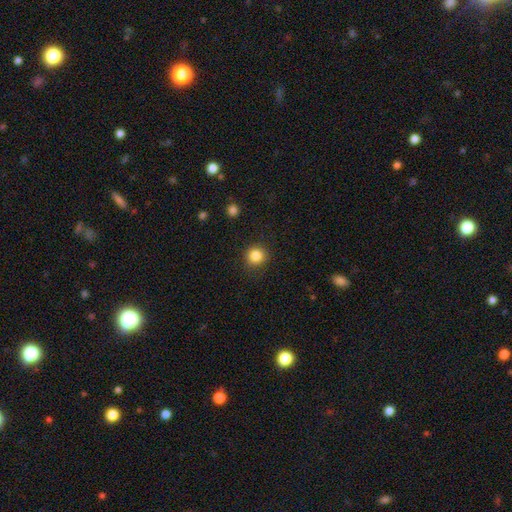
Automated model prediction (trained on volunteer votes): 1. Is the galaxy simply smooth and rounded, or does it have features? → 84% smooth, 11% star or artifact, 5% featured or disk.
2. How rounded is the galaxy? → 92% round, 7% in between, 1% cigar-shaped.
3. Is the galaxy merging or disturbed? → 90% none, 7% minor disturbance, 2% major disturbance, 1% merger.